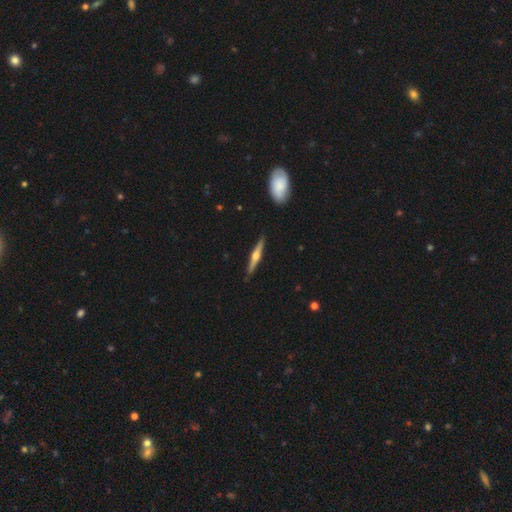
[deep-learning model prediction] The model was most divided on "smooth or featured": featured or disk: 70%, smooth: 25%, star or artifact: 5%. More confident: edge-on disk — yes (98%); edge-on bulge — rounded (92%); merging — none (90%).